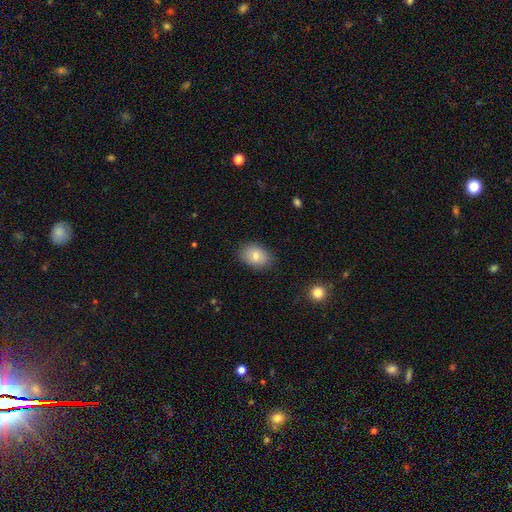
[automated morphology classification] smooth-or-featured: smooth: 79% | featured or disk: 13% | star or artifact: 9%
  how-rounded: in between: 79% | round: 20% | cigar-shaped: 1%
  merging: none: 85% | minor disturbance: 11% | major disturbance: 2% | merger: 1%